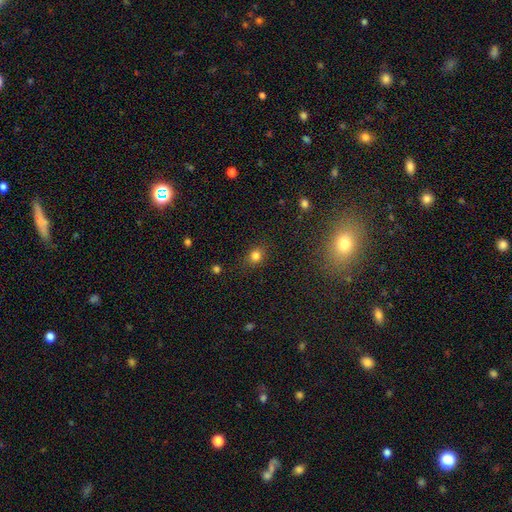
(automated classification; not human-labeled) Smooth or featured?
  - smooth: 80% *
  - star or artifact: 14%
  - featured or disk: 6%
How rounded?
  - round: 62% *
  - in between: 36%
  - cigar-shaped: 1%
Merging?
  - none: 83% *
  - minor disturbance: 12%
  - major disturbance: 4%
  - merger: 2%